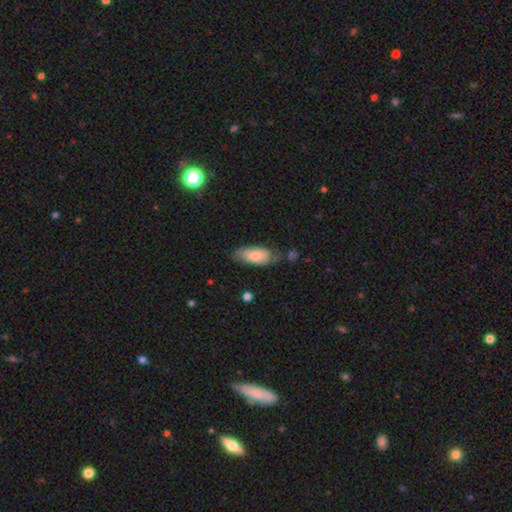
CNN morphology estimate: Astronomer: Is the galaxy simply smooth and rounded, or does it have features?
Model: smooth — 73%.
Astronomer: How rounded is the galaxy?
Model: in between — 84%.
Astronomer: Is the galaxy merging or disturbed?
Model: none — 59%.